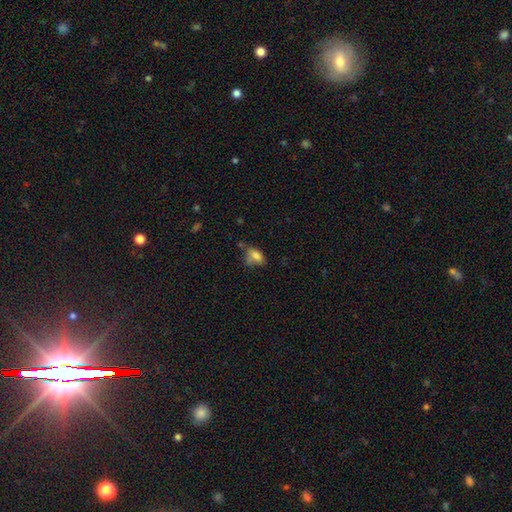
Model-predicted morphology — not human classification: smooth_or_featured: smooth (p=0.76) [alt: featured or disk p=0.13]
how_rounded: in between (p=0.86) [alt: round p=0.10]
merging: none (p=0.42) [alt: minor disturbance p=0.29]